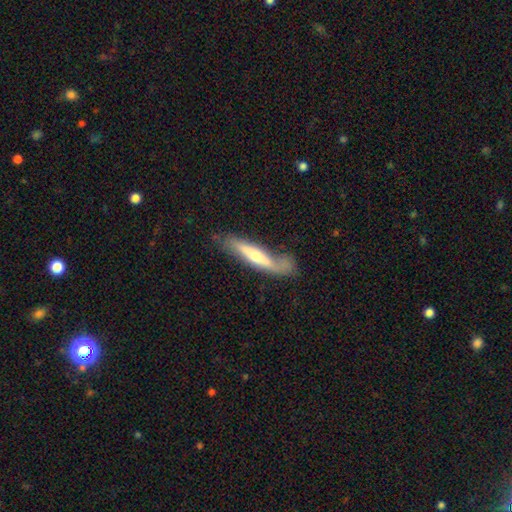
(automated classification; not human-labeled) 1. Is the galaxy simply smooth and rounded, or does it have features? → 58% featured or disk, 35% smooth, 7% star or artifact.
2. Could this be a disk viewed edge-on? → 66% yes, 34% no.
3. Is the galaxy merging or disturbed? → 56% none, 26% minor disturbance, 13% major disturbance, 5% merger.